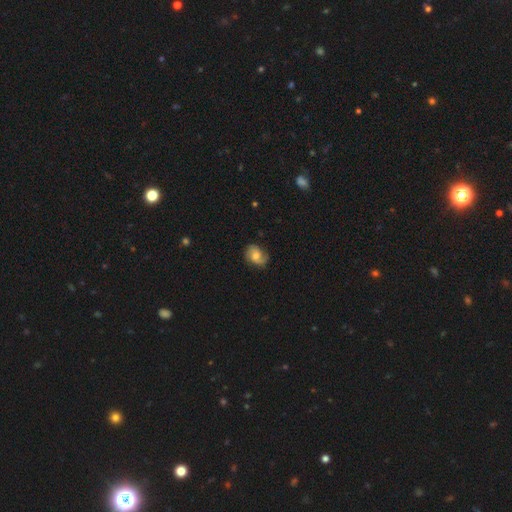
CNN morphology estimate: smooth_or_featured: featured or disk (p=0.65) [alt: smooth p=0.27]
disk_edge_on: no (p=0.97) [alt: yes p=0.03]
bar: no (p=0.59) [alt: weak p=0.35]
has_spiral_arms: yes (p=0.93) [alt: no p=0.07]
spiral_winding: medium (p=0.47) [alt: loose p=0.27]
spiral_arm_count: 2 (p=0.78) [alt: can't tell p=0.09]
bulge_size: moderate (p=0.61) [alt: small p=0.22]
merging: none (p=0.74) [alt: minor disturbance p=0.19]